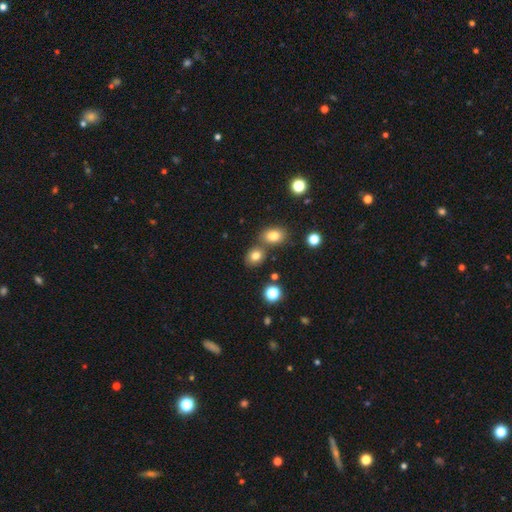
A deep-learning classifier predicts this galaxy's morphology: smooth-or-featured: smooth: 79% | star or artifact: 13% | featured or disk: 8%
  how-rounded: round: 55% | in between: 44% | cigar-shaped: 1%
  merging: none: 65% | merger: 22% | minor disturbance: 10% | major disturbance: 3%